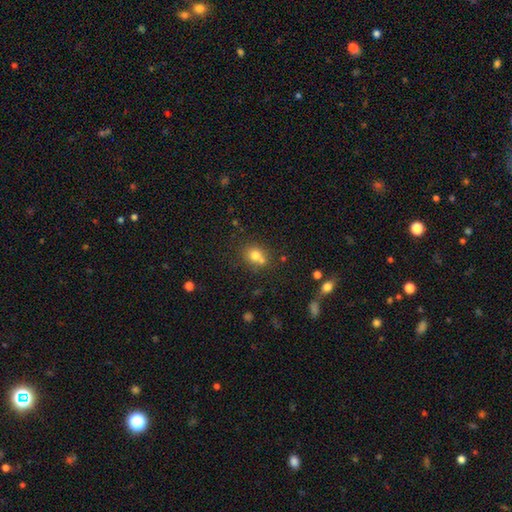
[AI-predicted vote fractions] Smooth or featured? Predicted: smooth (p=0.74). How rounded? Predicted: round (p=0.70). Merging? Predicted: none (p=0.49).